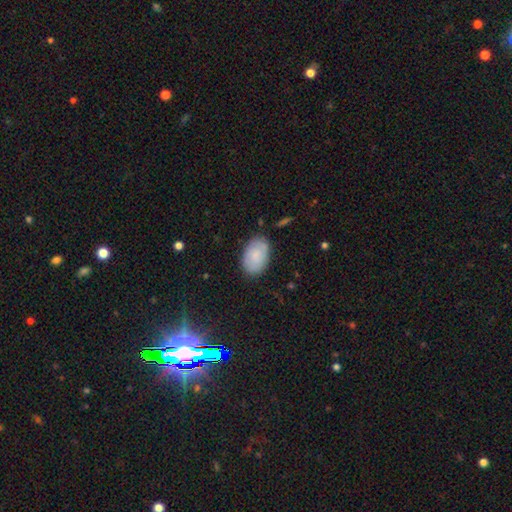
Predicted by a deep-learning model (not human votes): This appears to be a smooth galaxy with no disk features (75%) that is in between round and cigar-shaped (90%). Merging: none (82%).